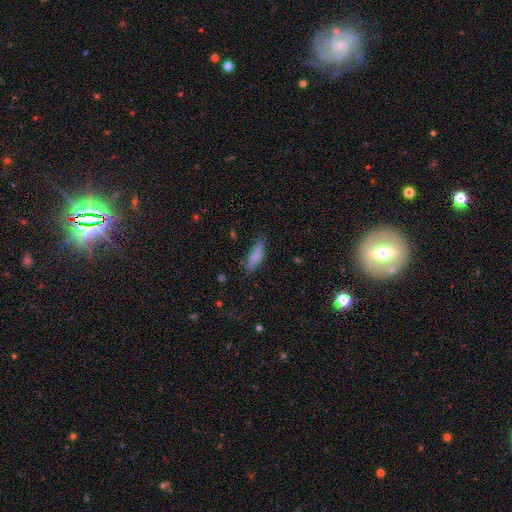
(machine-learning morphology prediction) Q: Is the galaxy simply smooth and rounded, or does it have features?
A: smooth — 80%.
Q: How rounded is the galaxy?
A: in between — 51%.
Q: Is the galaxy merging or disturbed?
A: none — 73%.